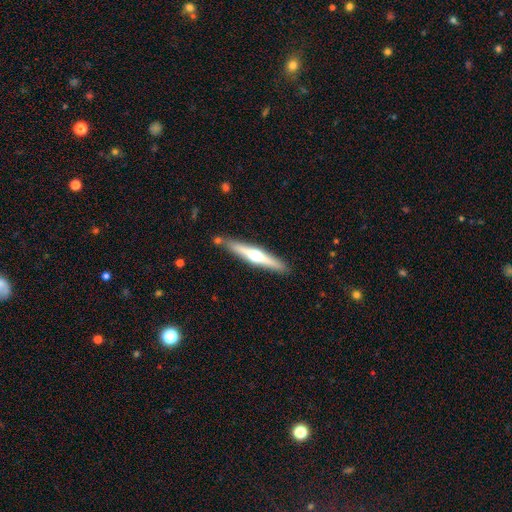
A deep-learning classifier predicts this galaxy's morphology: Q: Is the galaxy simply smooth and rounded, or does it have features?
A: featured or disk — 66%.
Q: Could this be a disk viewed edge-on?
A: yes — 97%.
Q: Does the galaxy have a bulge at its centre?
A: rounded — 93%.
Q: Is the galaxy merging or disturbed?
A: none — 86%.